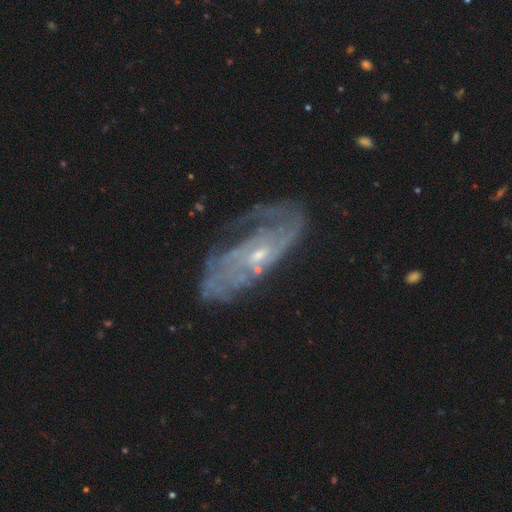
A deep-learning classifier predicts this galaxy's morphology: smooth_or_featured: featured or disk (p=0.81) [alt: smooth p=0.11]
disk_edge_on: no (p=0.91) [alt: yes p=0.09]
bar: no (p=0.61) [alt: weak p=0.32]
has_spiral_arms: yes (p=0.85) [alt: no p=0.15]
spiral_winding: tight (p=0.46) [alt: medium p=0.35]
spiral_arm_count: can't tell (p=0.43) [alt: 2 p=0.29]
bulge_size: small (p=0.73) [alt: moderate p=0.20]
merging: none (p=0.58) [alt: minor disturbance p=0.22]